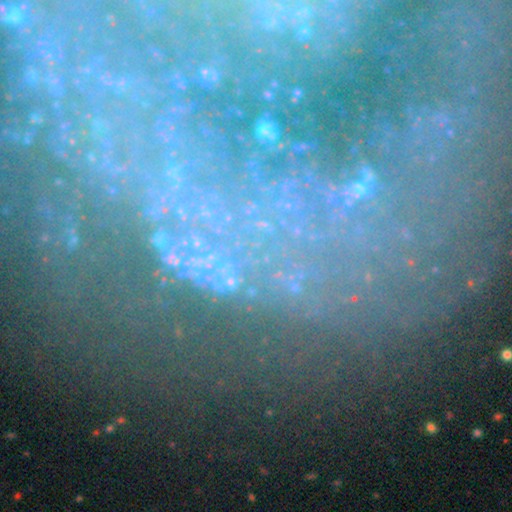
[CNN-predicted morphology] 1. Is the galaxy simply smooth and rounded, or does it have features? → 49% star or artifact, 34% featured or disk, 17% smooth.